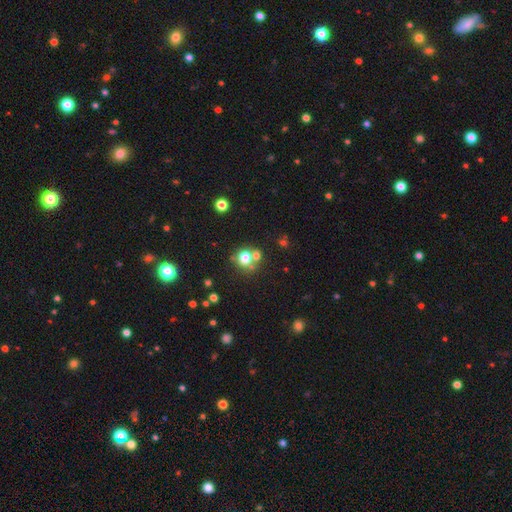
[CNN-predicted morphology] Q: Smooth or featured?
A: smooth (53%); runner-up: star or artifact (37%)
Q: How rounded?
A: round (87%); runner-up: in between (12%)
Q: Merging?
A: none (67%); runner-up: merger (22%)